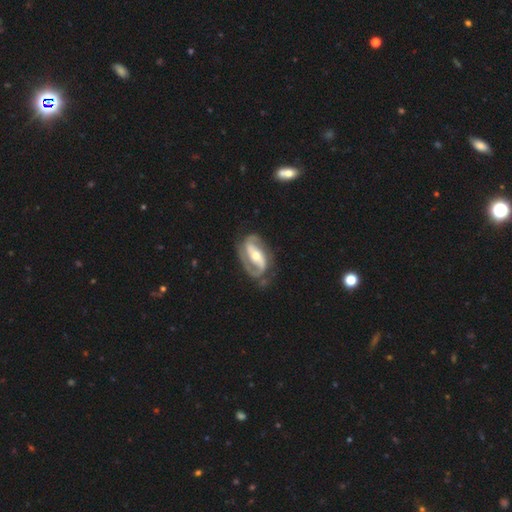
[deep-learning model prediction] This appears to be a featured or disk galaxy (87%) with a strong bar (47%), 2 (85%) medium (45%) spiral arms (94%) and a moderate central bulge (63%). Merging: none (70%).